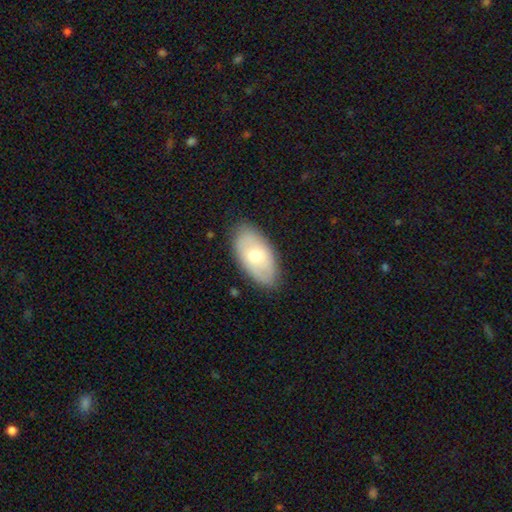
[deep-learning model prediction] smooth 59%, featured or disk 35%, star or artifact 6%. Down the decision tree: how rounded — in between (93%); merging — none (83%).